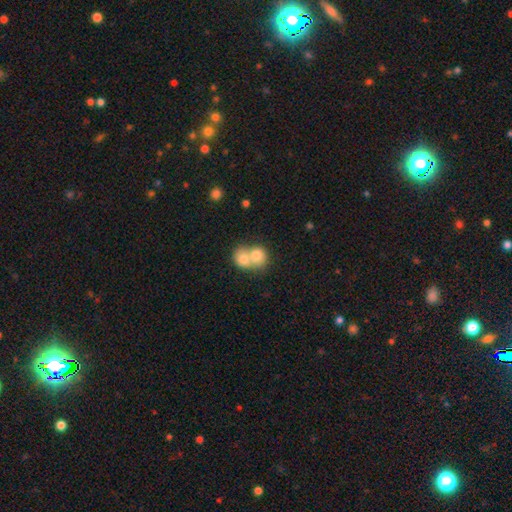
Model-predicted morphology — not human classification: This appears to be a smooth galaxy with no disk features (75%) that is round (68%). Merging: merger (74%).